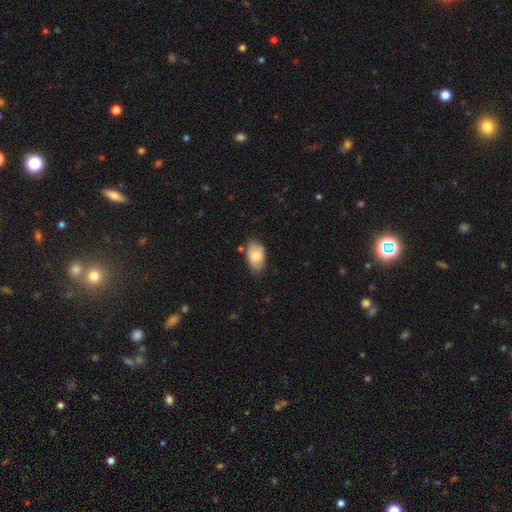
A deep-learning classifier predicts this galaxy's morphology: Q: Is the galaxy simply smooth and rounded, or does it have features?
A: smooth — 77%.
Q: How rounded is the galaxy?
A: in between — 92%.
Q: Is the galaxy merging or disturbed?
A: none — 64%.